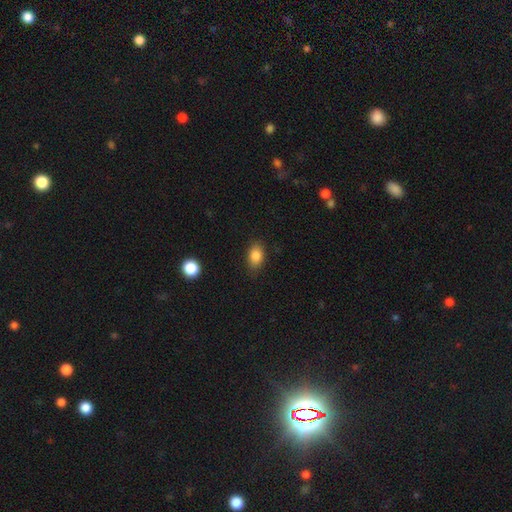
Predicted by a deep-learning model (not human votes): smooth-or-featured: smooth: 86% | star or artifact: 9% | featured or disk: 6%
  how-rounded: in between: 82% | round: 16% | cigar-shaped: 2%
  merging: none: 82% | minor disturbance: 14% | major disturbance: 3% | merger: 1%